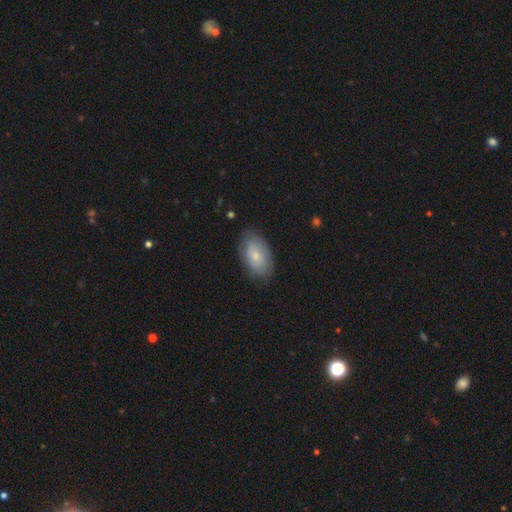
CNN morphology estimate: This appears to be a smooth galaxy with no disk features (72%) that is in between round and cigar-shaped (94%). Merging: none (79%).